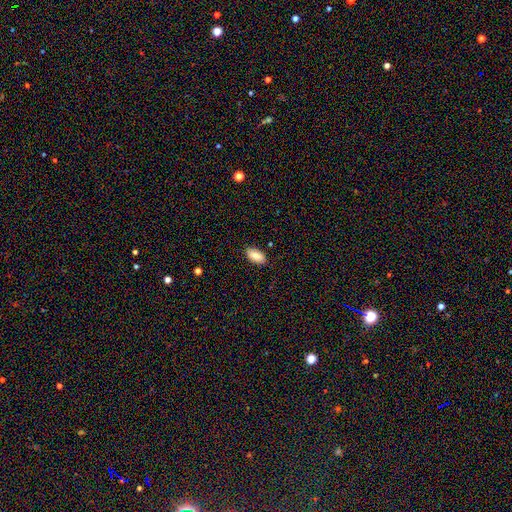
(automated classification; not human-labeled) A smooth galaxy with no disk features (82%) that is in between round and cigar-shaped (94%).

Vote fractions:
- Smooth or featured? smooth: 82% / featured or disk: 11% / star or artifact: 7%
- How rounded? in between: 94% / round: 3% / cigar-shaped: 3%
- Merging? none: 86% / minor disturbance: 11% / major disturbance: 2% / merger: 1%